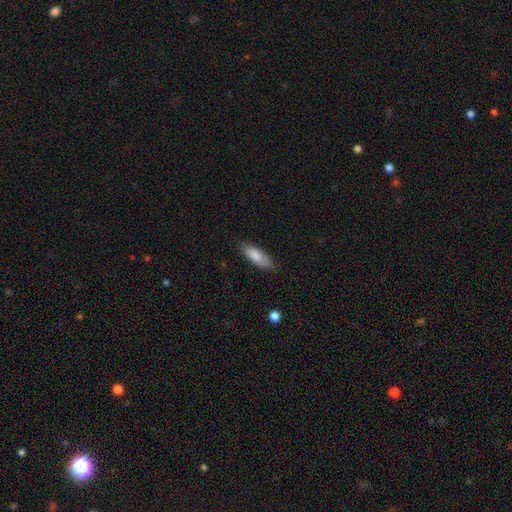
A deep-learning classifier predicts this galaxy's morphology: Overall: smooth (83%). How rounded: in between (62%; cigar-shaped 36%). Merging: none (80%).